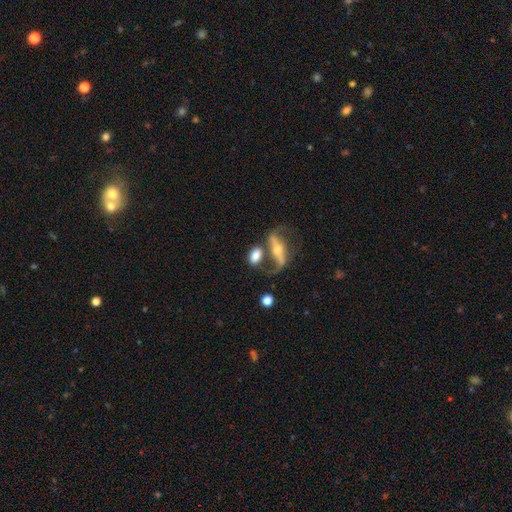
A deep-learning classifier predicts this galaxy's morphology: smooth-or-featured: smooth: 51% | featured or disk: 40% | star or artifact: 8%
  how-rounded: in between: 80% | round: 11% | cigar-shaped: 9%
  merging: none: 38% | merger: 35% | major disturbance: 13% | minor disturbance: 13%